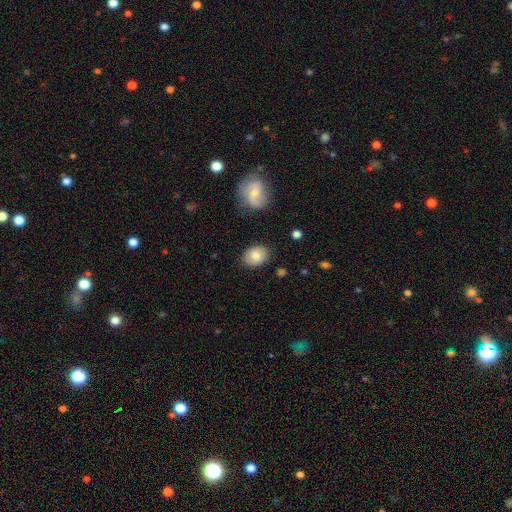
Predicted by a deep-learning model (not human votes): smooth 81%, featured or disk 12%, star or artifact 7%. Down the decision tree: how rounded — in between (66%); merging — none (84%).